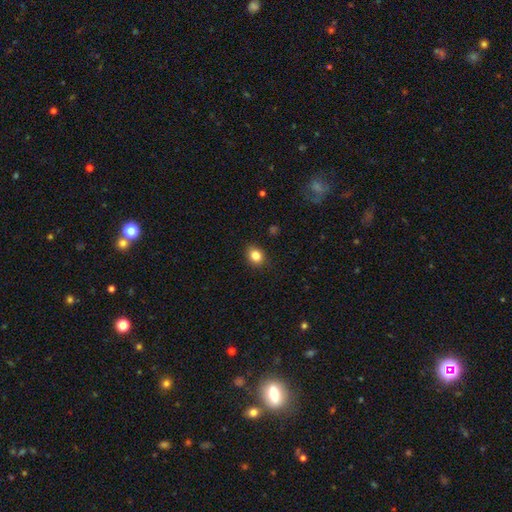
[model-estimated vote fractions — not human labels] smooth-or-featured: smooth: 84% | star or artifact: 10% | featured or disk: 6%
  how-rounded: round: 51% | in between: 48% | cigar-shaped: 1%
  merging: none: 87% | minor disturbance: 10% | major disturbance: 2% | merger: 1%